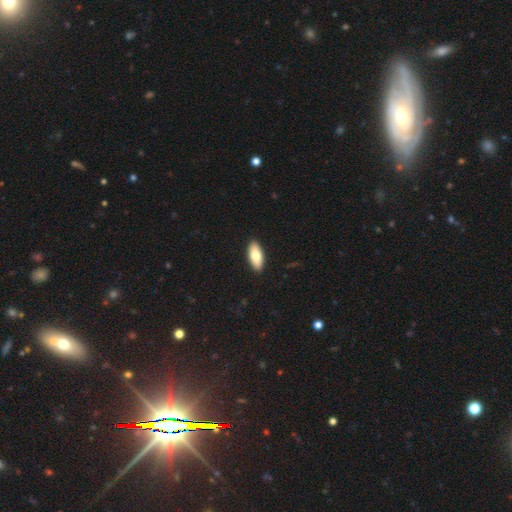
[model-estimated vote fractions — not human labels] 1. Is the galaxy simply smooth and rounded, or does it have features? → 78% smooth, 16% featured or disk, 6% star or artifact.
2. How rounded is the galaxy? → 81% in between, 17% cigar-shaped, 2% round.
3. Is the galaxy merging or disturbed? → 91% none, 7% minor disturbance, 1% major disturbance, 1% merger.